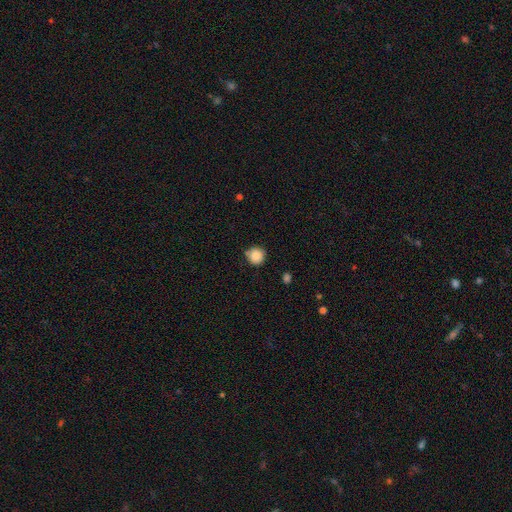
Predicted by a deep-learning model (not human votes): smooth-or-featured: smooth: 87% | star or artifact: 9% | featured or disk: 4%
  how-rounded: round: 93% | in between: 6% | cigar-shaped: 1%
  merging: none: 78% | minor disturbance: 15% | merger: 4% | major disturbance: 3%